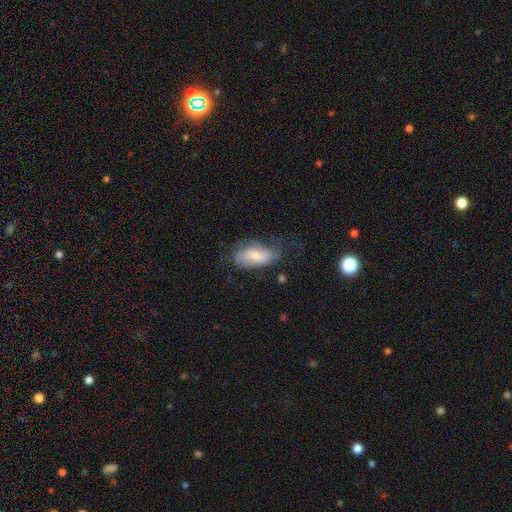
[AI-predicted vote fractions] smooth-or-featured: smooth: 58% | featured or disk: 35% | star or artifact: 7%
  how-rounded: in between: 91% | cigar-shaped: 6% | round: 4%
  merging: none: 45% | minor disturbance: 33% | major disturbance: 19% | merger: 2%